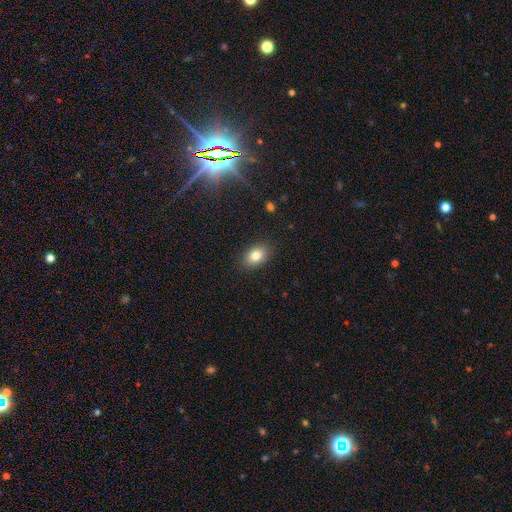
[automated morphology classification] type=smooth (82%); roundness=in between (82%); merging=none (87%).